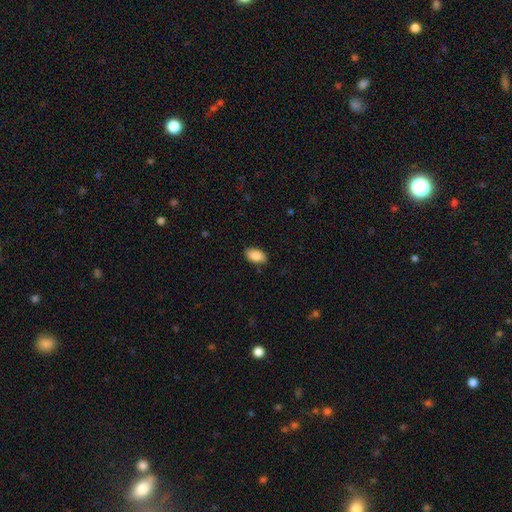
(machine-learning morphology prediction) Overall: smooth (89%). How rounded: in between (93%). Merging: none (85%).